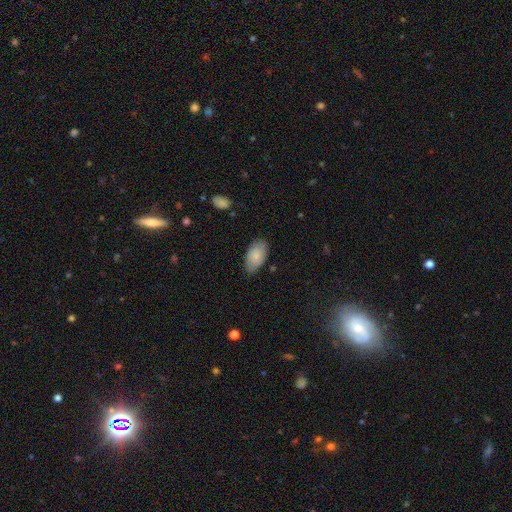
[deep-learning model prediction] This is likely a smooth galaxy (75%). How rounded: clearly in between (95%). Merging: likely none (75%).